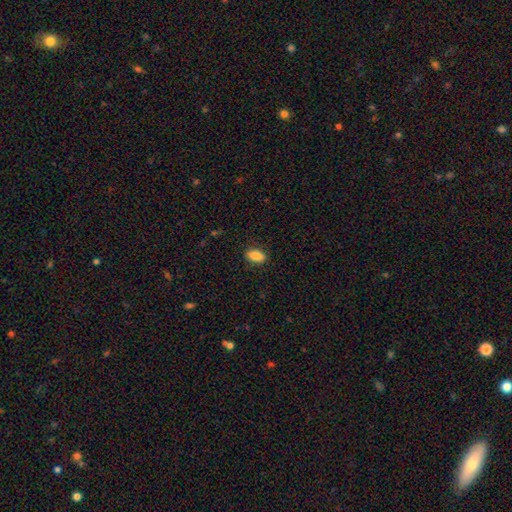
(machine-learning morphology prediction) Overall: smooth (87%). How rounded: in between (89%). Merging: none (87%).